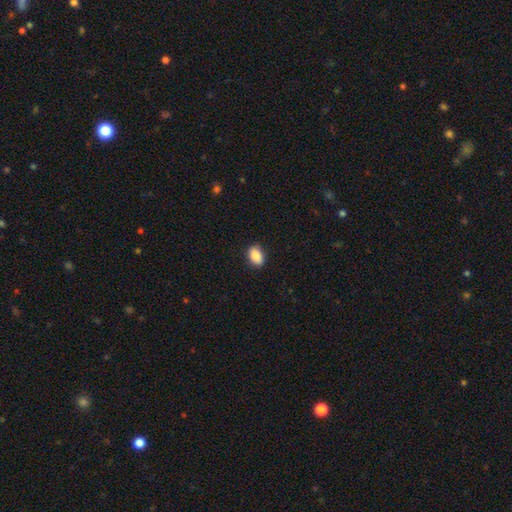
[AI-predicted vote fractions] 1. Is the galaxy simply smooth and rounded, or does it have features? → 87% smooth, 8% star or artifact, 6% featured or disk.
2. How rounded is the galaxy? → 83% in between, 15% round, 2% cigar-shaped.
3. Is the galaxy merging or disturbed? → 88% none, 9% minor disturbance, 2% major disturbance, 1% merger.